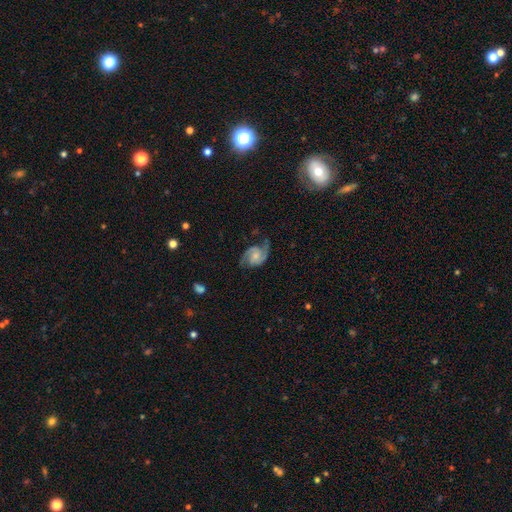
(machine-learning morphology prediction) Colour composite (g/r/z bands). It shows a featured or disk galaxy (87%) with no bar (62%), 2 (92%) medium (55%) spiral arms (97%) and a small central bulge (50%). Merging: none (73%).